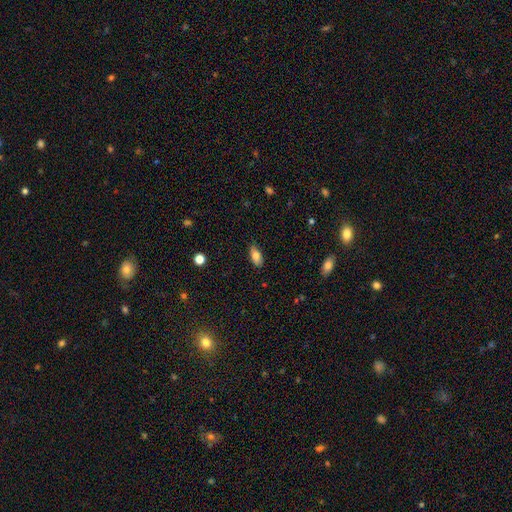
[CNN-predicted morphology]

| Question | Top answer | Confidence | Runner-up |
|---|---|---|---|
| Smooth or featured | smooth | 80% | featured or disk (12%) |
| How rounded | in between | 88% | cigar-shaped (8%) |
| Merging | none | 82% | minor disturbance (14%) |